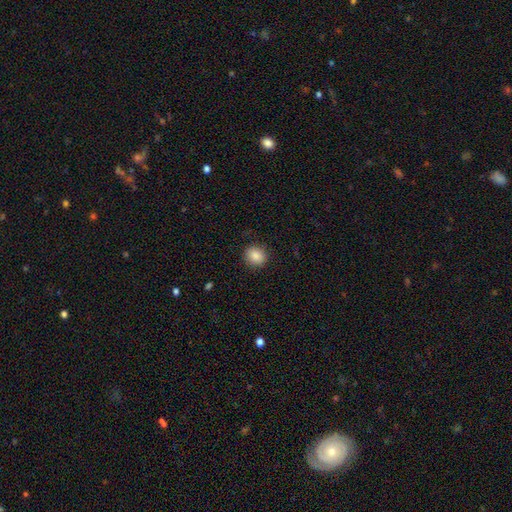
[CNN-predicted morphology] Smooth or featured: smooth — 87% (star or artifact — 9%)
How rounded: round — 78% (in between — 21%)
Merging: none — 89% (minor disturbance — 8%)